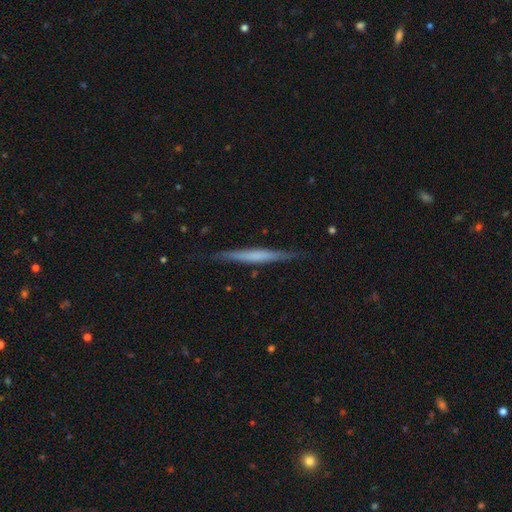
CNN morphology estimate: Smooth or featured? Predicted: featured or disk (p=0.52). Edge-on disk? Predicted: yes (p=0.96). Edge-on bulge? Predicted: none (p=0.66). Merging? Predicted: none (p=0.86).